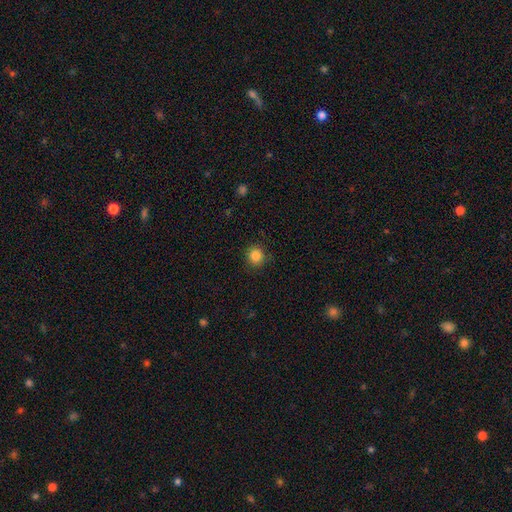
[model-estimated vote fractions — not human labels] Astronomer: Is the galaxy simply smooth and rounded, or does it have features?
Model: smooth — 85%.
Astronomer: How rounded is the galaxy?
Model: round — 91%.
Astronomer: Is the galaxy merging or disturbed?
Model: none — 90%.